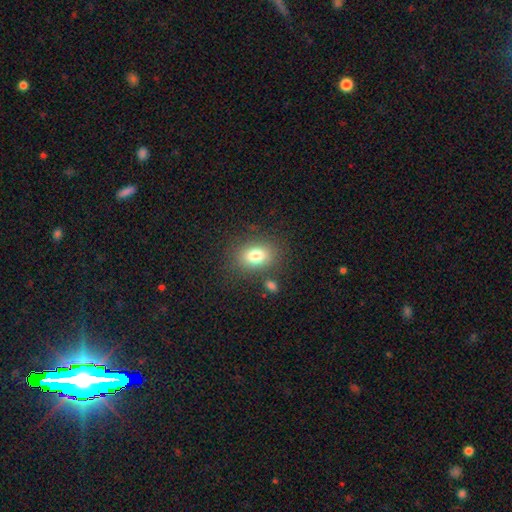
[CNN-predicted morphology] The model was most divided on "how rounded": in between: 70%, round: 29%, cigar-shaped: 1%. More confident: smooth or featured — smooth (79%); merging — none (78%).